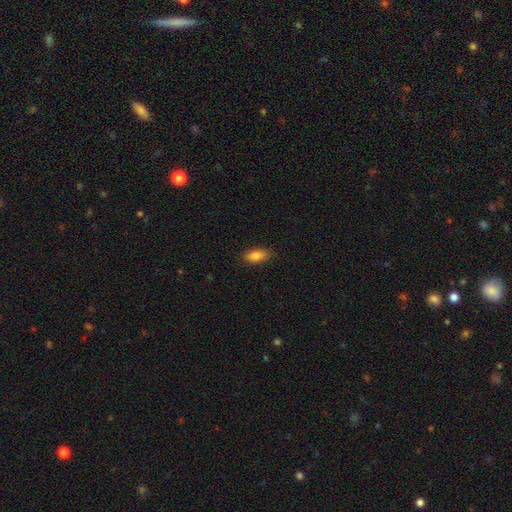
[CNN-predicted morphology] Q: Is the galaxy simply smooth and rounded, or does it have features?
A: smooth — 83%.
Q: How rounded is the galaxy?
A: in between — 86%.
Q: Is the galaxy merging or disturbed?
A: none — 84%.